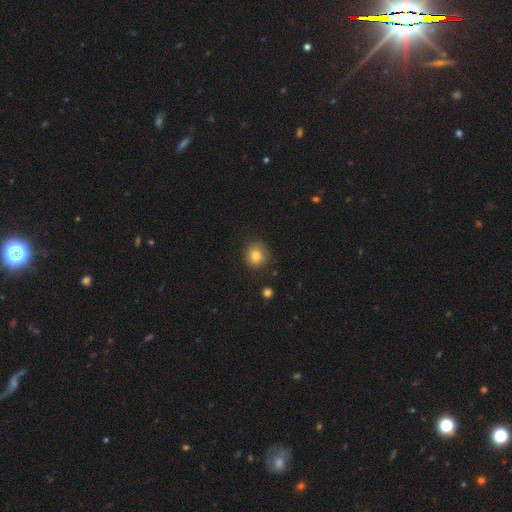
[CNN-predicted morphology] Overall: smooth (81%). How rounded: round (85%). Merging: none (79%).